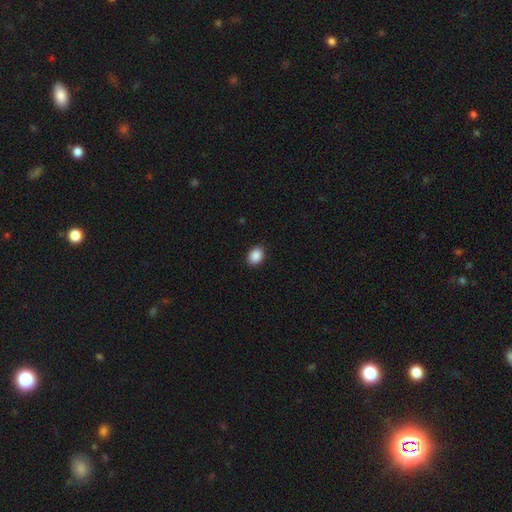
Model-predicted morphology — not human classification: Smooth or featured? Predicted: smooth (p=0.89). How rounded? Predicted: in between (p=0.70). Merging? Predicted: none (p=0.90).